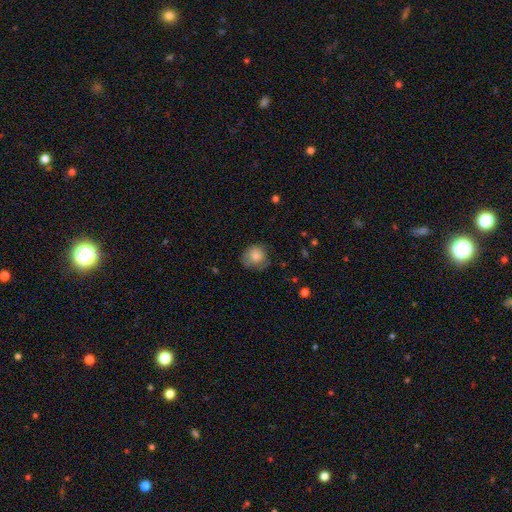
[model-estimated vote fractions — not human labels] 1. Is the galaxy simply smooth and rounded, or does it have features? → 82% smooth, 10% featured or disk, 8% star or artifact.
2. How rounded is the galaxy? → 83% round, 16% in between, 1% cigar-shaped.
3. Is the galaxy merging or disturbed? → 62% none, 27% minor disturbance, 10% major disturbance, 1% merger.